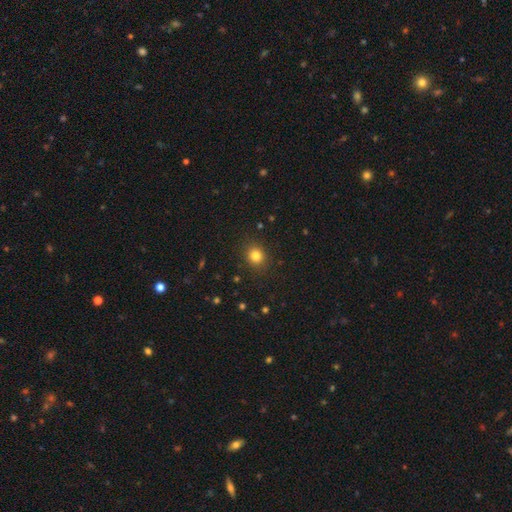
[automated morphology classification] Smooth or featured? Predicted: smooth (p=0.82). How rounded? Predicted: round (p=0.79). Merging? Predicted: none (p=0.88).